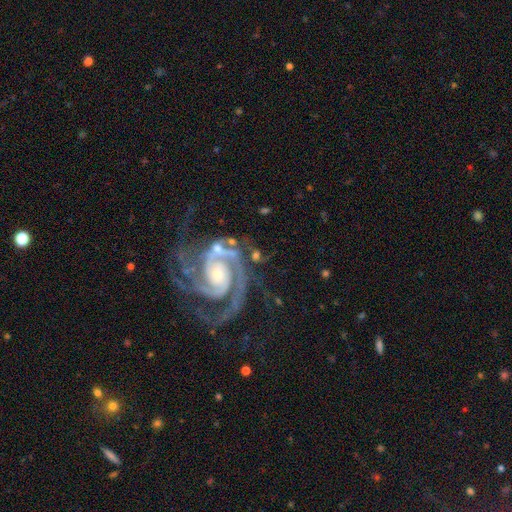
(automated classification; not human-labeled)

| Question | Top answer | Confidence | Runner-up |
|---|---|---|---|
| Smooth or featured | featured or disk | 89% | star or artifact (6%) |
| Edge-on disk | no | 98% | yes (2%) |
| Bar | no | 58% | weak (27%) |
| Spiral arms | yes | 98% | no (2%) |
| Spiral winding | tight | 50% | medium (42%) |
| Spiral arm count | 2 | 71% | 3 (14%) |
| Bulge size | small | 46% | moderate (38%) |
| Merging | none | 58% | minor disturbance (18%) |